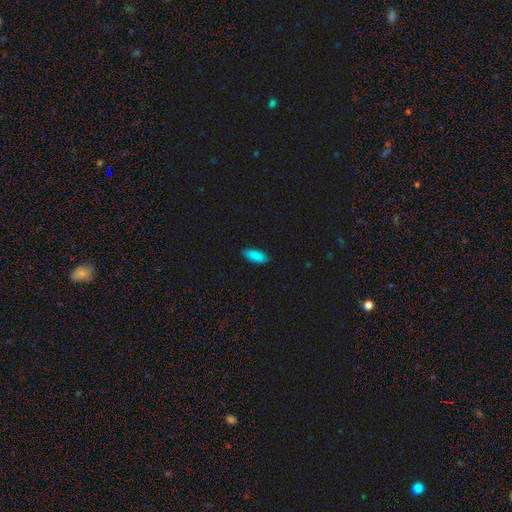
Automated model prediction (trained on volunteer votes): smooth_or_featured: smooth (p=0.89) [alt: star or artifact p=0.07]
how_rounded: in between (p=0.78) [alt: cigar-shaped p=0.20]
merging: none (p=0.88) [alt: minor disturbance p=0.10]